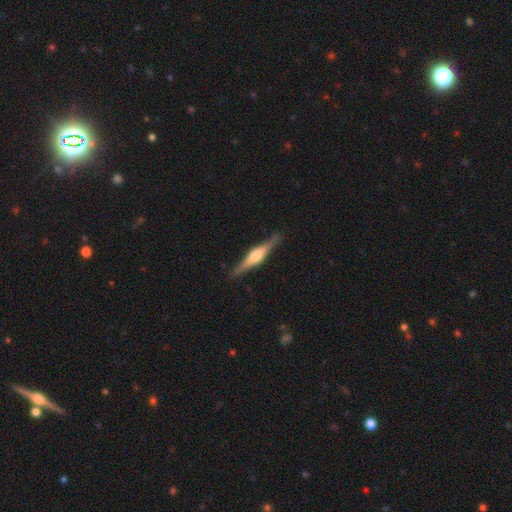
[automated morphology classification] Smooth or featured? Predicted: featured or disk (p=0.74). Edge-on disk? Predicted: yes (p=0.97). Edge-on bulge? Predicted: rounded (p=0.86). Merging? Predicted: none (p=0.88).